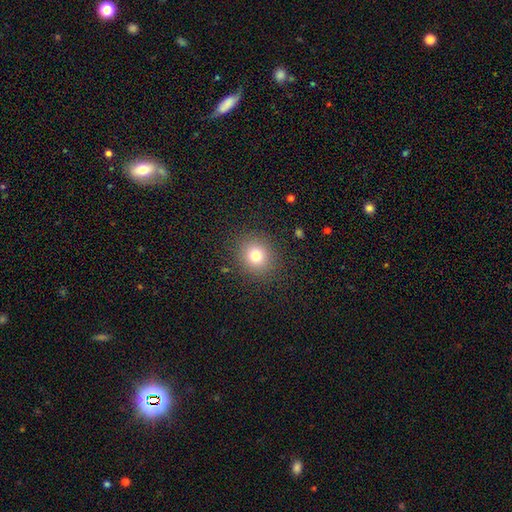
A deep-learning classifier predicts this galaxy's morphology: Smooth or featured? Predicted: smooth (p=0.77). How rounded? Predicted: round (p=0.84). Merging? Predicted: none (p=0.88).